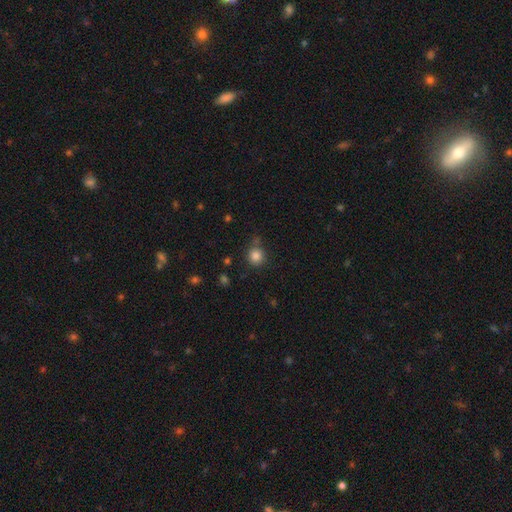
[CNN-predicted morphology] Smooth or featured? smooth (84%)
How rounded? round (91%)
Merging? none (74%)